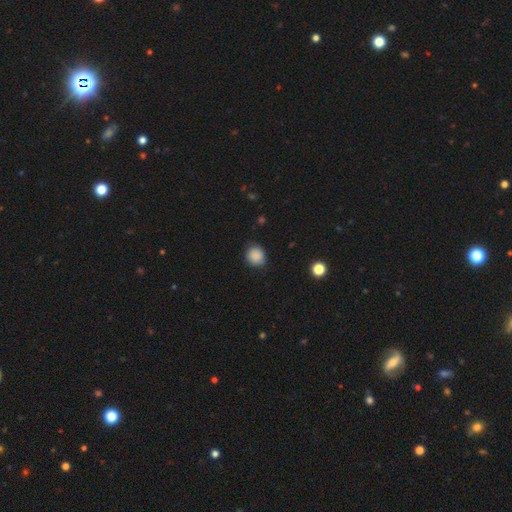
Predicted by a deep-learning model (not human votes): Smooth or featured?
  - smooth: 87% *
  - star or artifact: 9%
  - featured or disk: 4%
How rounded?
  - round: 83% *
  - in between: 16%
  - cigar-shaped: 1%
Merging?
  - none: 81% *
  - minor disturbance: 15%
  - major disturbance: 3%
  - merger: 1%